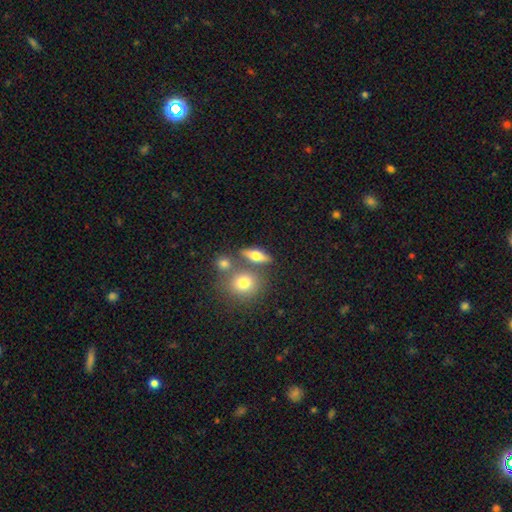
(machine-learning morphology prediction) Overall: smooth (53%; featured or disk 36%). How rounded: in between (50%; cigar-shaped 29%). Merging: none (68%).